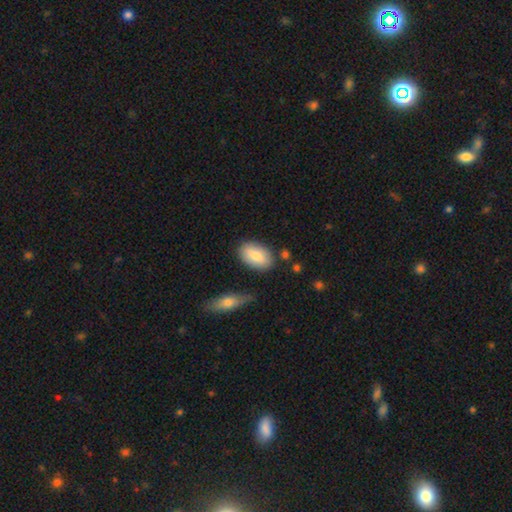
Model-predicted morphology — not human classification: smooth_or_featured: smooth (p=0.82) [alt: featured or disk p=0.12]
how_rounded: in between (p=0.92) [alt: round p=0.05]
merging: none (p=0.80) [alt: minor disturbance p=0.13]